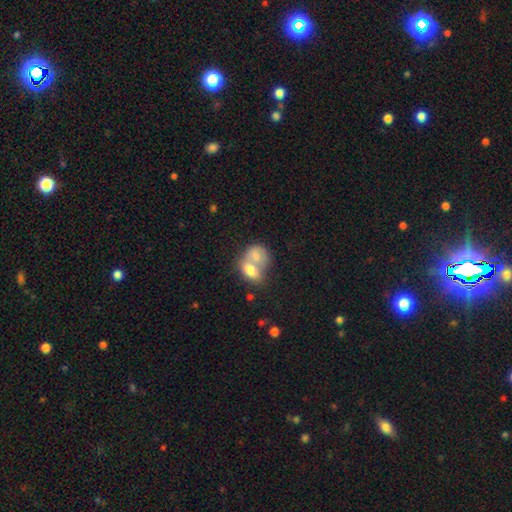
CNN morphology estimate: smooth_or_featured: smooth (p=0.72) [alt: featured or disk p=0.21]
how_rounded: in between (p=0.60) [alt: round p=0.38]
merging: merger (p=0.77) [alt: none p=0.14]